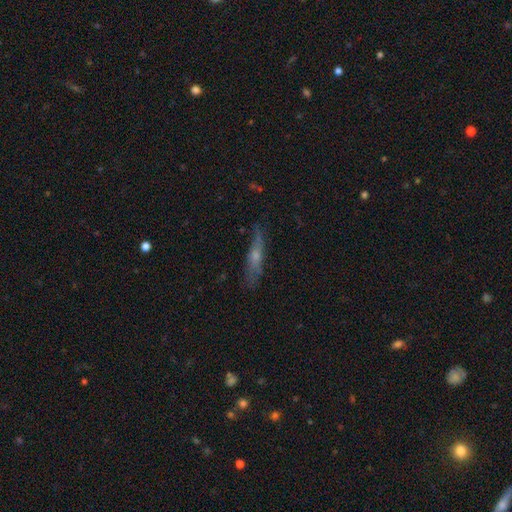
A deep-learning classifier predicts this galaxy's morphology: This appears to be a featured or disk galaxy (50%) viewed edge-on (77%). Merging: none (72%).